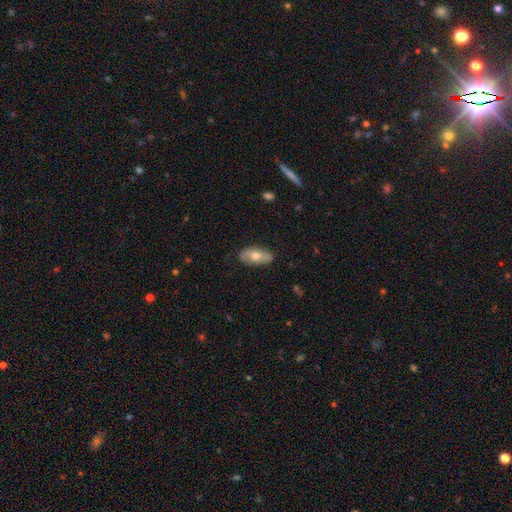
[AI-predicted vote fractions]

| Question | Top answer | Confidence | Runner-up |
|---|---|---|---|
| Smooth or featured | smooth | 57% | featured or disk (37%) |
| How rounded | in between | 89% | cigar-shaped (7%) |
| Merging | none | 82% | minor disturbance (14%) |